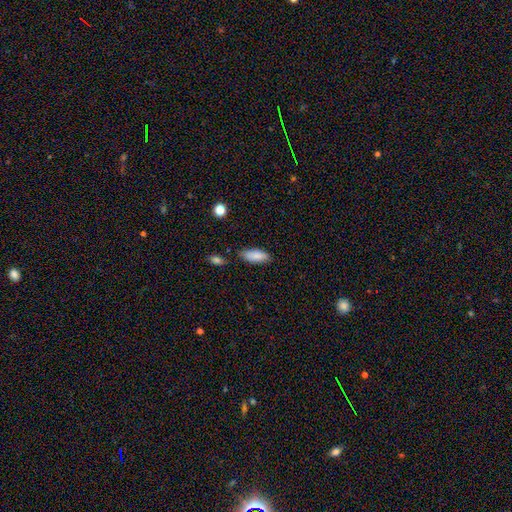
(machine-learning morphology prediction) Smooth or featured? smooth (86%)
How rounded? in between (80%)
Merging? none (75%)